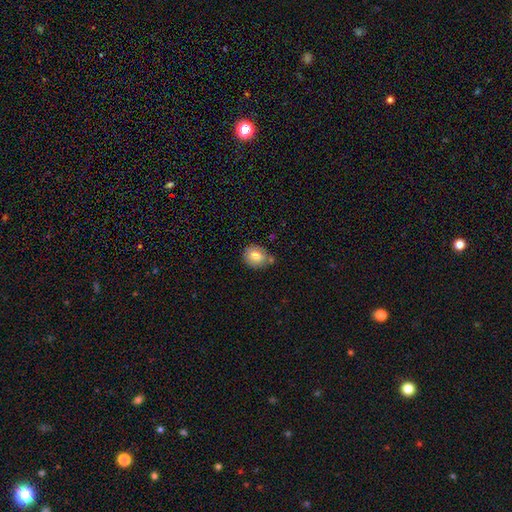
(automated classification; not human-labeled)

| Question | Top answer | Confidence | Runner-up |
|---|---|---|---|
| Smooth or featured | smooth | 80% | featured or disk (11%) |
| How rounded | round | 63% | in between (36%) |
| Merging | none | 63% | minor disturbance (19%) |